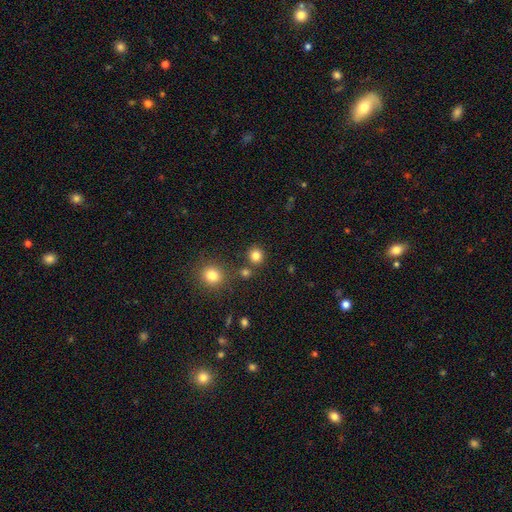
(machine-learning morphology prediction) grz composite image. It shows a smooth galaxy with no disk features (81%) that is round (90%). Merging: none (83%).